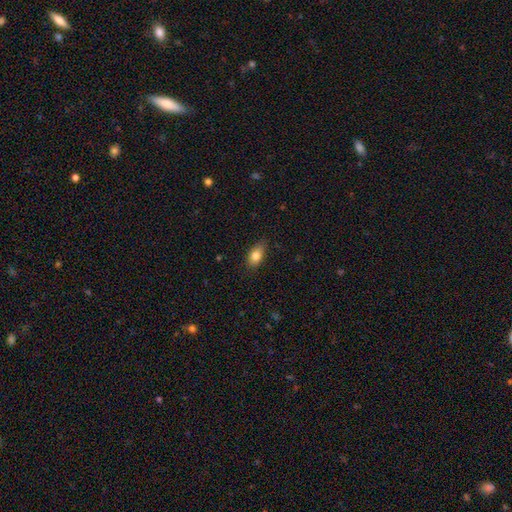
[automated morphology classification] Overall: smooth (82%). How rounded: in between (86%). Merging: none (79%).